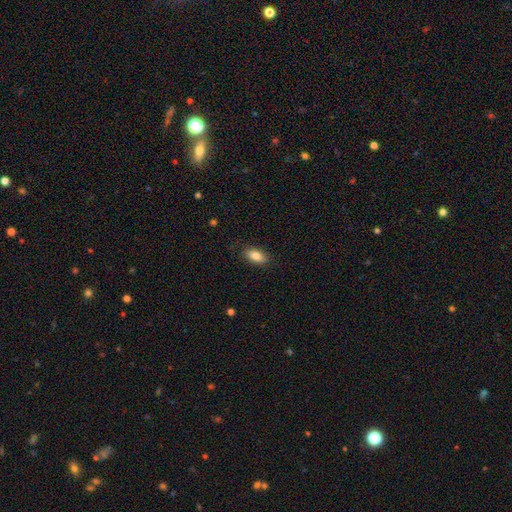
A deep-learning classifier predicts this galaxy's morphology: Smooth or featured? smooth (84%)
How rounded? in between (89%)
Merging? none (84%)